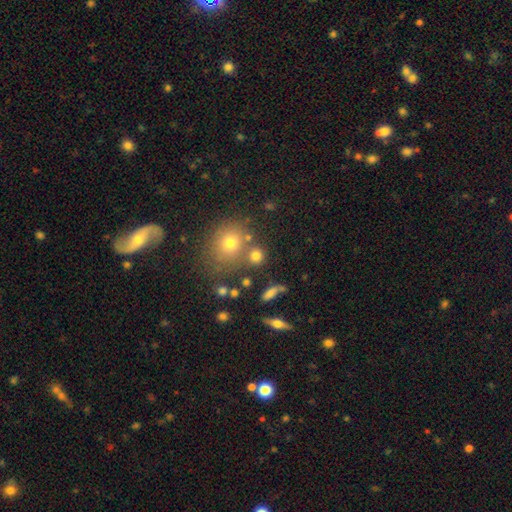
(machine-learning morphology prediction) A smooth galaxy with no disk features (74%) that is round (80%).

Vote fractions:
- Smooth or featured? smooth: 74% / star or artifact: 16% / featured or disk: 11%
- How rounded? round: 80% / in between: 18% / cigar-shaped: 2%
- Merging? none: 65% / merger: 20% / minor disturbance: 10% / major disturbance: 5%